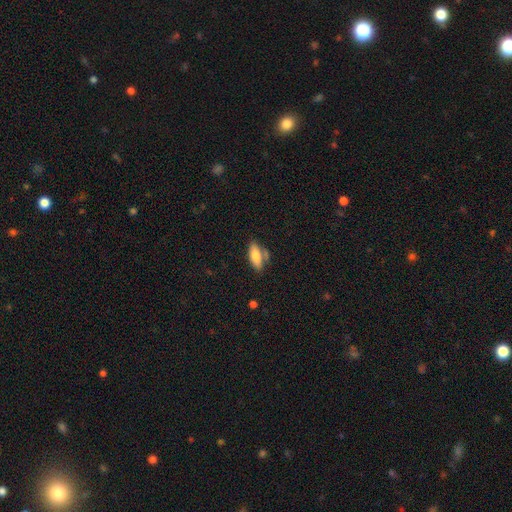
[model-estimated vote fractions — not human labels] Smooth or featured? smooth (80%)
How rounded? in between (75%)
Merging? none (62%)